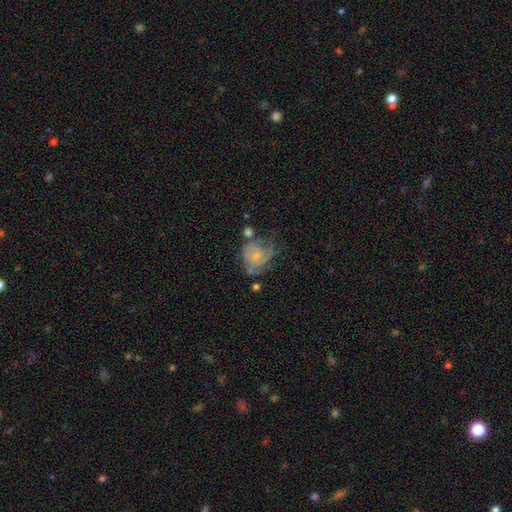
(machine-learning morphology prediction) smooth_or_featured: featured or disk (p=0.47) [alt: smooth p=0.44]
merging: major disturbance (p=0.32) [alt: none p=0.30]